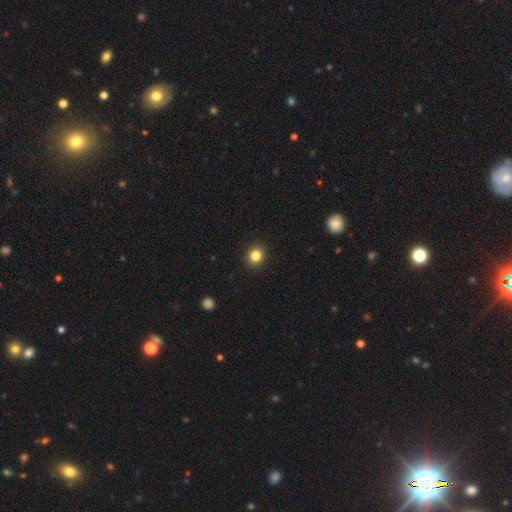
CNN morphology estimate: This is clearly a smooth galaxy (84%). How rounded: clearly round (87%). Merging: clearly none (92%).